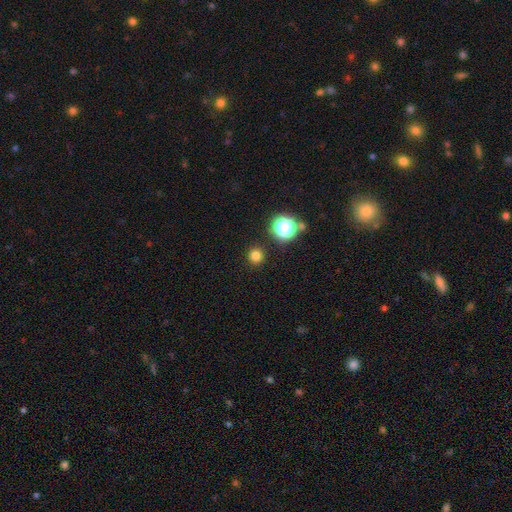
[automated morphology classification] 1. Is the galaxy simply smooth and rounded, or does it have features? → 78% smooth, 18% star or artifact, 4% featured or disk.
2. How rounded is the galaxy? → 95% round, 5% in between, 1% cigar-shaped.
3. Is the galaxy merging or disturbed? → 91% none, 5% minor disturbance, 2% major disturbance, 2% merger.